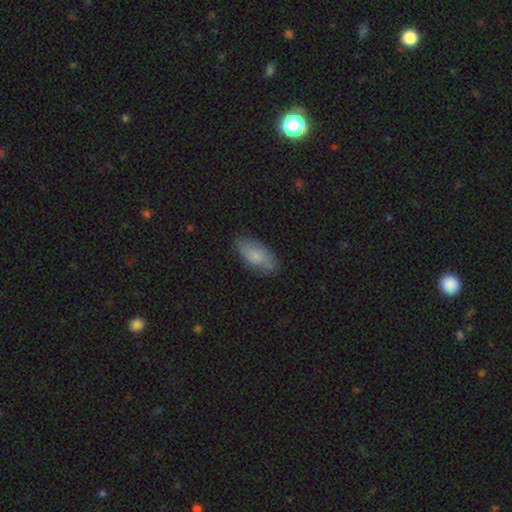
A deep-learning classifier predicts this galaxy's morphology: Overall: smooth (75%). How rounded: in between (87%). Merging: none (79%).